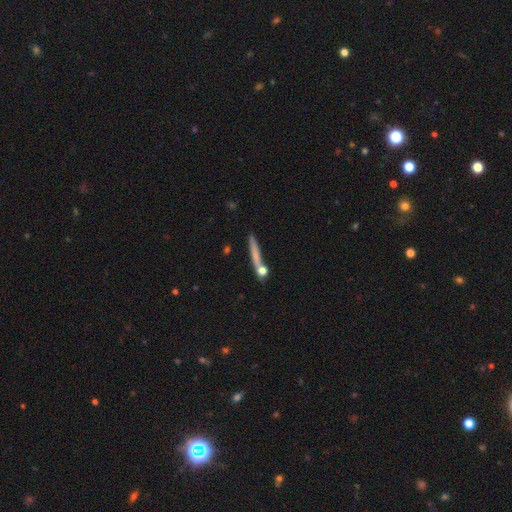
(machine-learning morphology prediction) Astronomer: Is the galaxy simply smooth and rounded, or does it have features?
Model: smooth — 57% (runner-up: featured or disk, 34%).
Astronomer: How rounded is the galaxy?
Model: cigar-shaped — 89%.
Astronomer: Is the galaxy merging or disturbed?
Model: none — 74%.